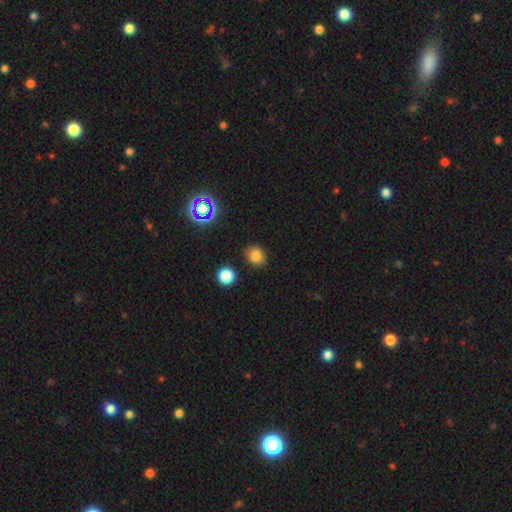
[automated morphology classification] A smooth galaxy with no disk features (79%) that is round (64%). Merging: none (85%).